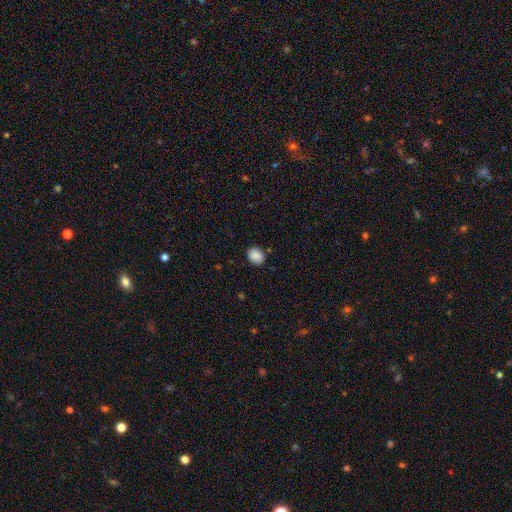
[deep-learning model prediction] This appears to be a smooth galaxy with no disk features (88%) that is round (55%). Merging: none (86%).